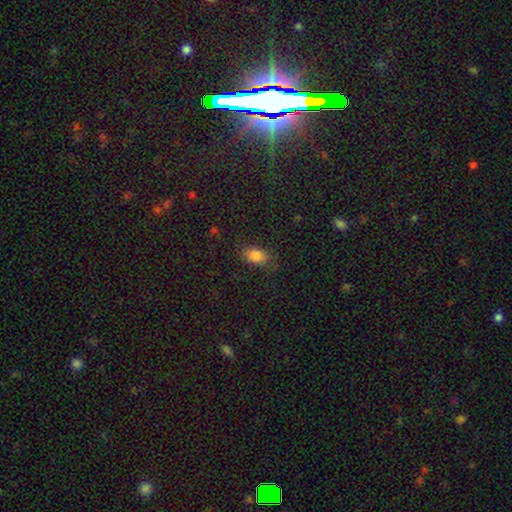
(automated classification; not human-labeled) A smooth galaxy with no disk features (83%) that is in between round and cigar-shaped (86%).

Vote fractions:
- Smooth or featured? smooth: 83% / star or artifact: 11% / featured or disk: 6%
- How rounded? in between: 86% / round: 11% / cigar-shaped: 3%
- Merging? none: 78% / minor disturbance: 15% / major disturbance: 6% / merger: 1%